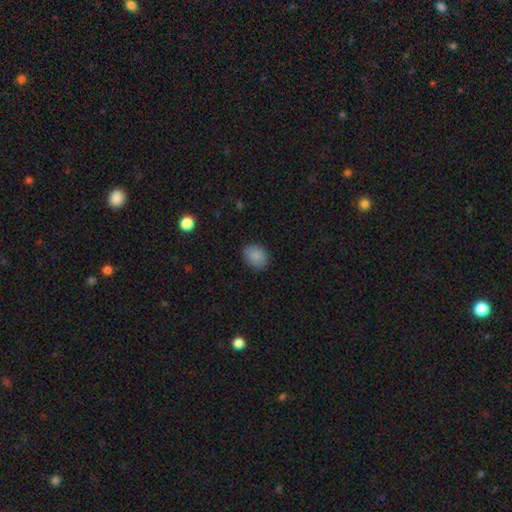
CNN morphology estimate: Smooth or featured? smooth (87%)
How rounded? in between (55%)
Merging? none (83%)